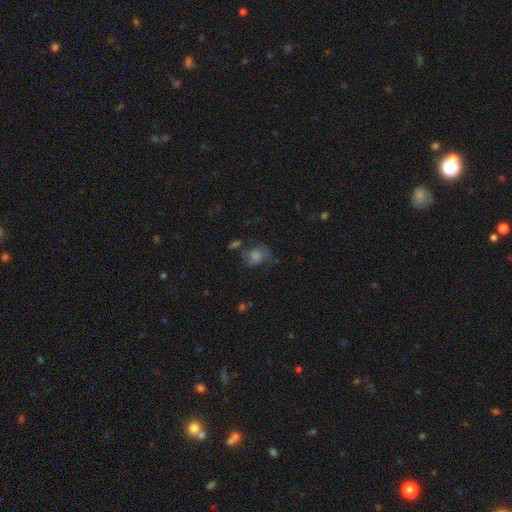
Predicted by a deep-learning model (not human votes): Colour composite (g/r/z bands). It shows a smooth galaxy with no disk features (41%). Merging: none (59%).